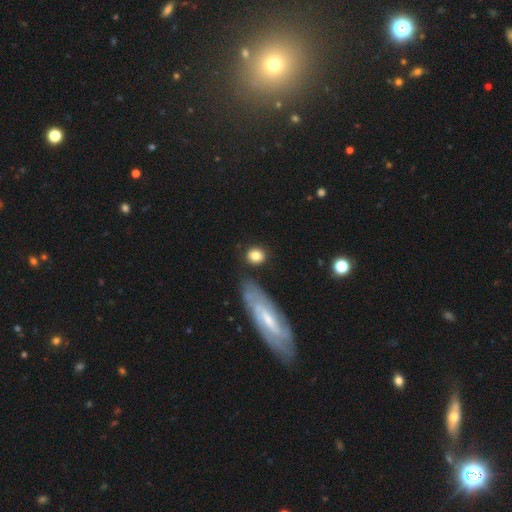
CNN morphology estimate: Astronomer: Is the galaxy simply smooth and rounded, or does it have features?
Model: smooth — 80%.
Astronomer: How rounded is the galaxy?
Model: round — 78%.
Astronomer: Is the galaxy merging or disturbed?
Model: none — 78%.